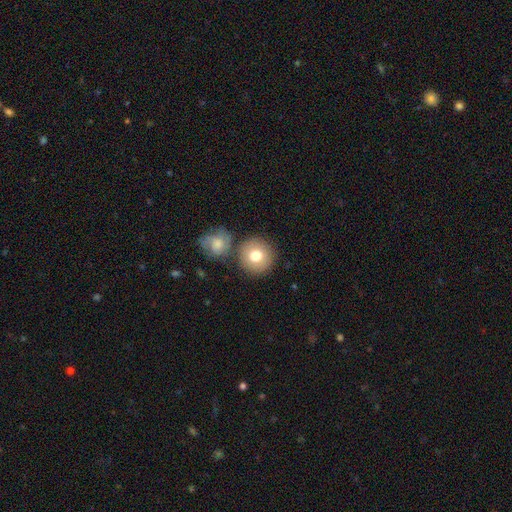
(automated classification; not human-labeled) Smooth or featured?
  - smooth: 78% *
  - featured or disk: 14%
  - star or artifact: 8%
How rounded?
  - round: 94% *
  - in between: 5%
  - cigar-shaped: 1%
Merging?
  - none: 77% *
  - merger: 12%
  - minor disturbance: 9%
  - major disturbance: 3%